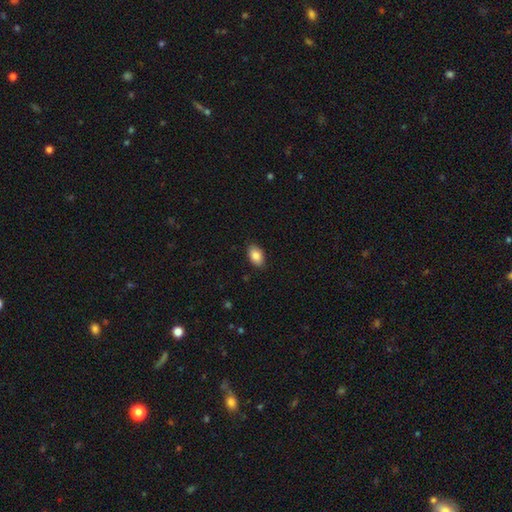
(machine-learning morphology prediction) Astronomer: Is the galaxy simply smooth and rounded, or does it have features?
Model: smooth — 86%.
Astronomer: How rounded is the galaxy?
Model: in between — 91%.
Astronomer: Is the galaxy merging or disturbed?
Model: none — 88%.